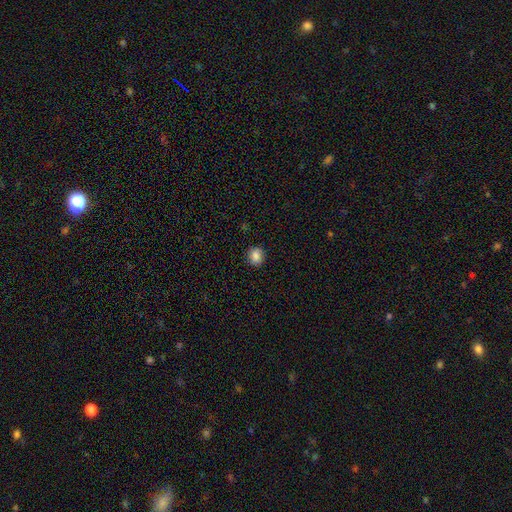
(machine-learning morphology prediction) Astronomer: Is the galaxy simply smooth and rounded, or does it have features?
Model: smooth — 85%.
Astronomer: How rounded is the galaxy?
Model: round — 77%.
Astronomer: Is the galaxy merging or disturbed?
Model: none — 90%.